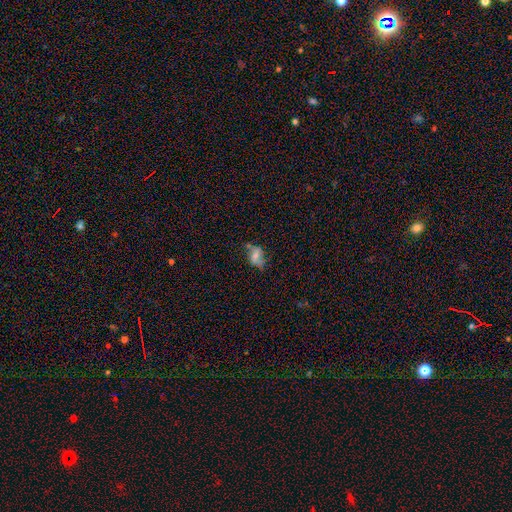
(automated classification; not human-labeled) Smooth or featured: smooth — 47% (featured or disk — 41%)
Merging: none — 47% (minor disturbance — 29%)